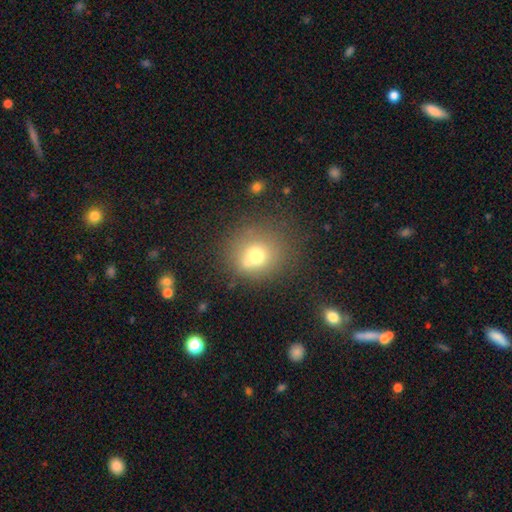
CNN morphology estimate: smooth_or_featured: smooth (p=0.69) [alt: featured or disk p=0.17]
how_rounded: round (p=0.85) [alt: in between p=0.14]
merging: none (p=0.61) [alt: merger p=0.18]